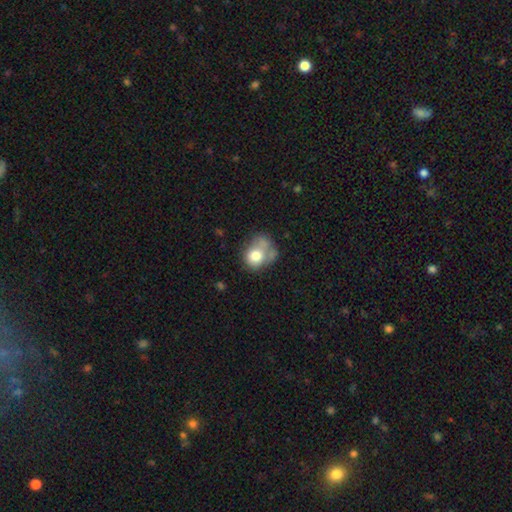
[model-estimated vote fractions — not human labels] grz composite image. It shows a smooth galaxy with no disk features (71%) that is round (53%). Merging: merger (28%).